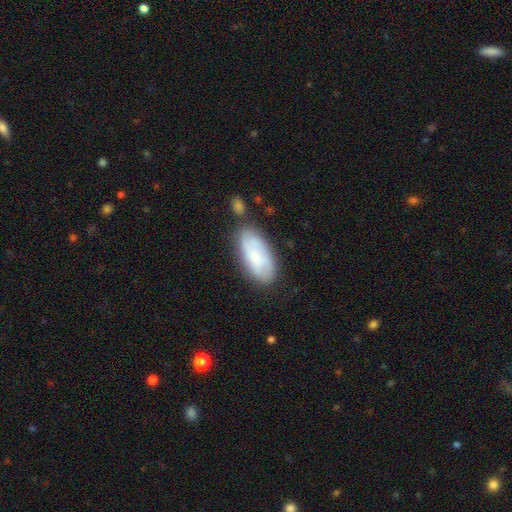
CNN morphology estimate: type=smooth (50%); merging=none (68%).